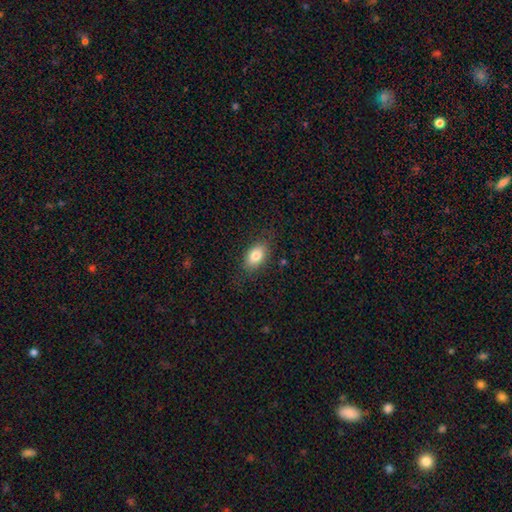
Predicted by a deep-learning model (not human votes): smooth 81%, featured or disk 11%, star or artifact 8%. Down the decision tree: how rounded — in between (88%); merging — none (82%).